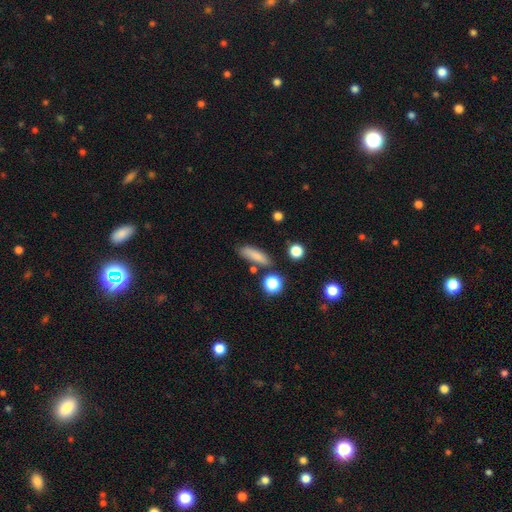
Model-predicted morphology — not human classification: Smooth or featured? Predicted: smooth (p=0.81). How rounded? Predicted: cigar-shaped (p=0.54). Merging? Predicted: none (p=0.76).